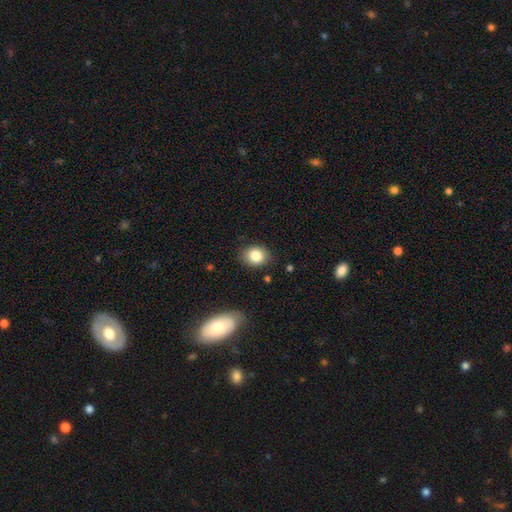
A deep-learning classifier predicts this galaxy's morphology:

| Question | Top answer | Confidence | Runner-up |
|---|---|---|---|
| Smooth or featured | smooth | 83% | star or artifact (9%) |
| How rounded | round | 57% | in between (42%) |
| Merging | none | 83% | minor disturbance (12%) |